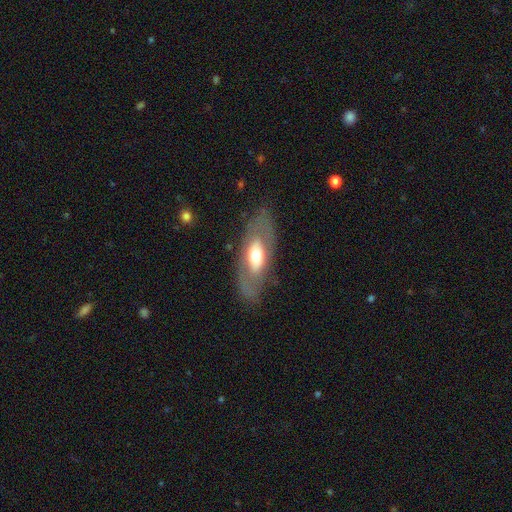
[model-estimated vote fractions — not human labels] The model was most divided on "smooth or featured": featured or disk: 54%, smooth: 40%, star or artifact: 6%. More confident: edge-on disk — no (79%); merging — none (77%).